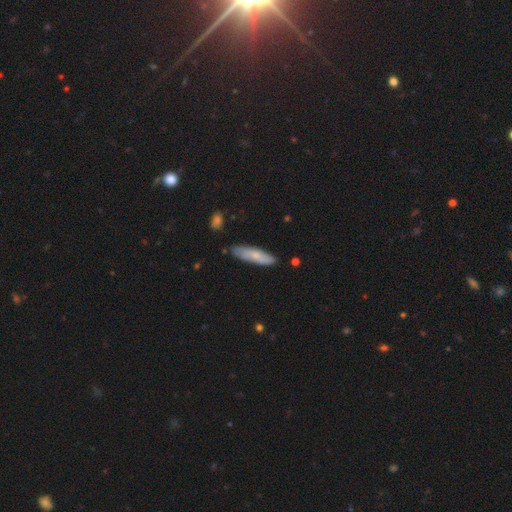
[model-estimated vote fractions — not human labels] Smooth or featured? Predicted: smooth (p=0.68). How rounded? Predicted: cigar-shaped (p=0.69). Merging? Predicted: none (p=0.76).